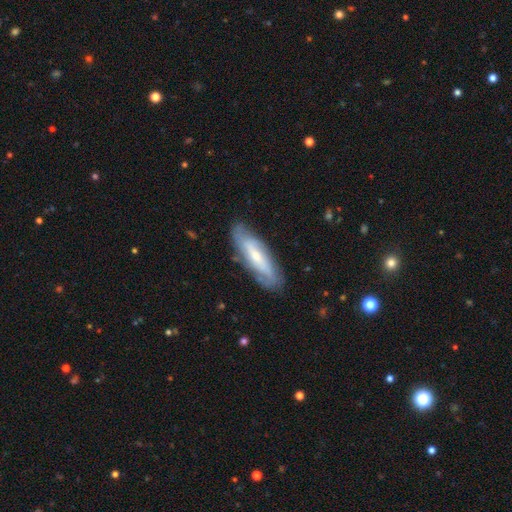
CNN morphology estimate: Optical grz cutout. It shows a featured or disk galaxy (61%). Merging: none (80%).